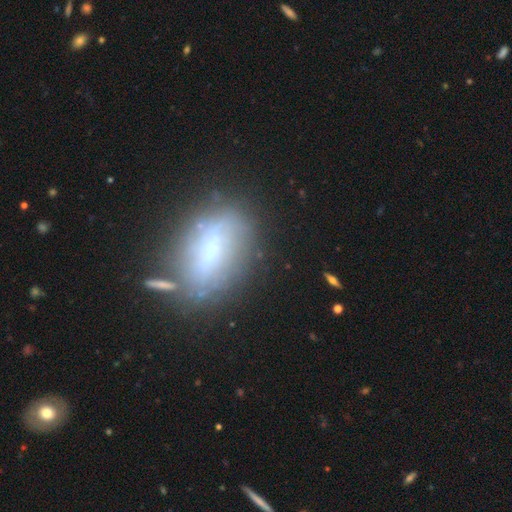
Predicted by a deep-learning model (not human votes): Q: Smooth or featured?
A: smooth (47%); runner-up: featured or disk (37%)
Q: Merging?
A: none (65%); runner-up: minor disturbance (21%)